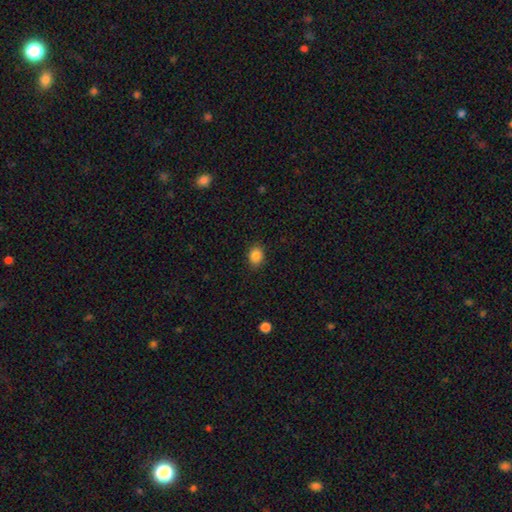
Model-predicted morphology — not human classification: The model was most divided on "how rounded": in between: 55%, round: 45%, cigar-shaped: 1%. More confident: merging — none (87%); smooth or featured — smooth (86%).